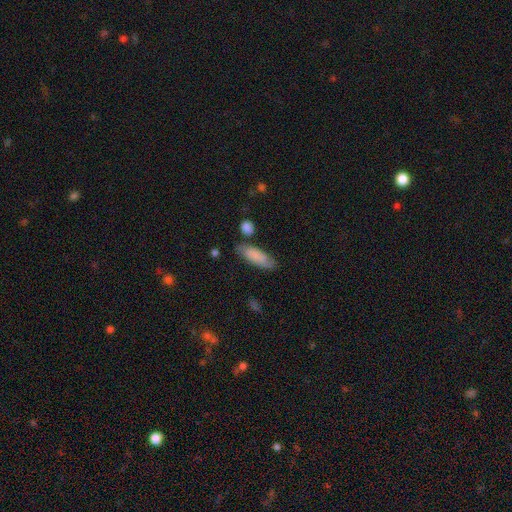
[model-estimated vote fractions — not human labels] Smooth or featured? Predicted: smooth (p=0.80). How rounded? Predicted: in between (p=0.62). Merging? Predicted: none (p=0.72).